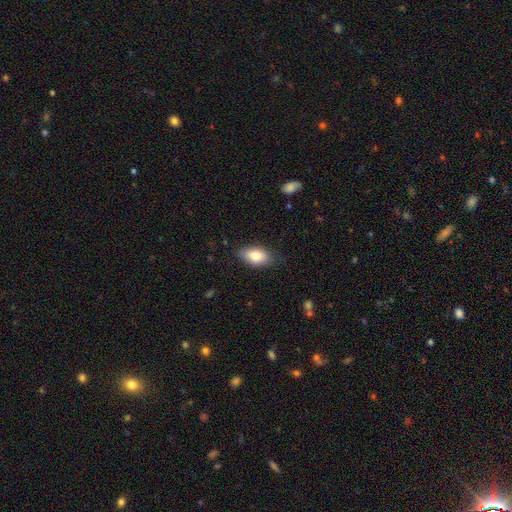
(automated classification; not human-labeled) Smooth or featured? Predicted: smooth (p=0.82). How rounded? Predicted: in between (p=0.91). Merging? Predicted: none (p=0.80).